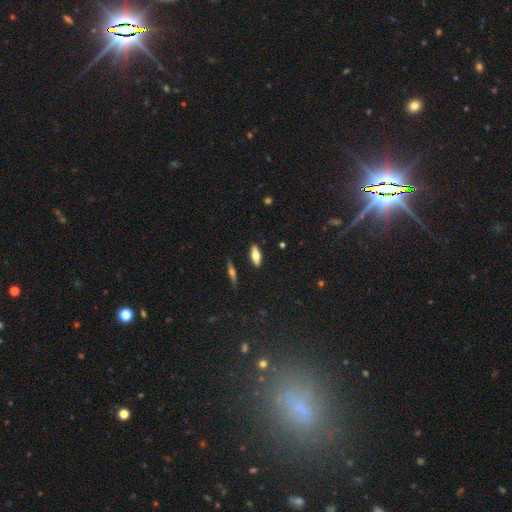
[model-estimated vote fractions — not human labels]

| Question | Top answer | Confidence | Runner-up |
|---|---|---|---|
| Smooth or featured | smooth | 62% | featured or disk (31%) |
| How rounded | in between | 74% | cigar-shaped (22%) |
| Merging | none | 88% | minor disturbance (8%) |